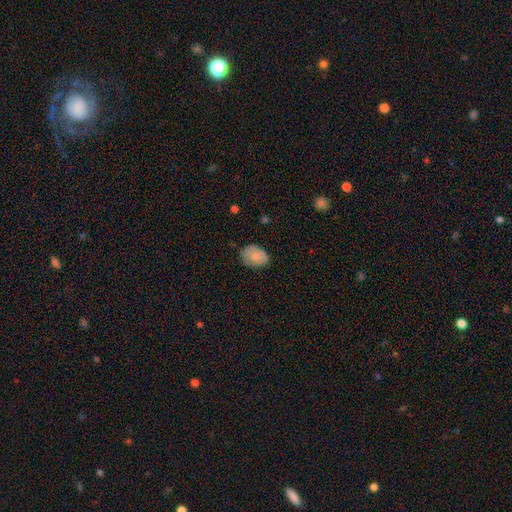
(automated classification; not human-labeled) Smooth or featured? Predicted: smooth (p=0.76). How rounded? Predicted: in between (p=0.73). Merging? Predicted: none (p=0.68).